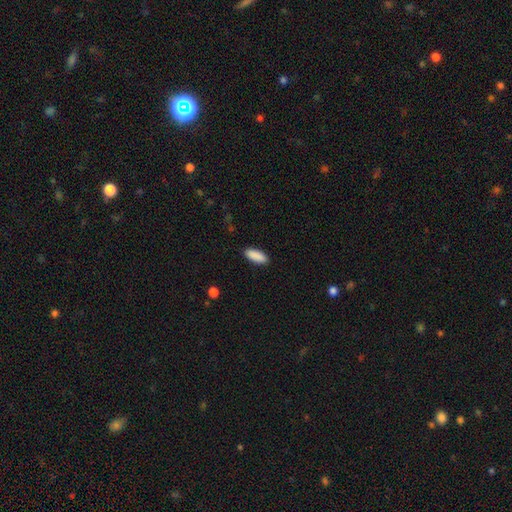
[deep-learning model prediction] Smooth or featured? smooth (91%)
How rounded? in between (75%)
Merging? none (90%)